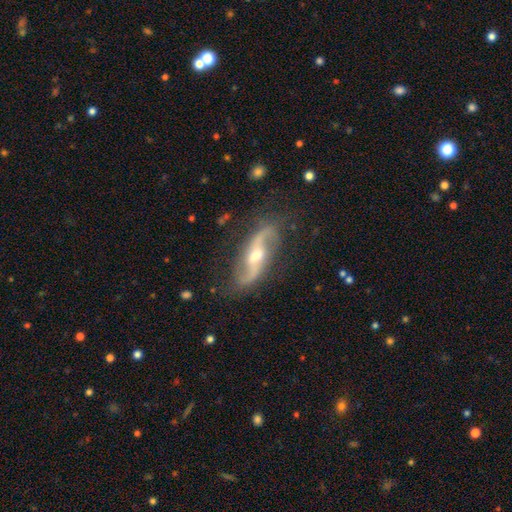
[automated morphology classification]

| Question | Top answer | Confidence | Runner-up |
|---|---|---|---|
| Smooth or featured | featured or disk | 88% | smooth (6%) |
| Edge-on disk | no | 91% | yes (9%) |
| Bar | weak | 39% | no (32%) |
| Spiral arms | yes | 96% | no (4%) |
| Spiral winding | loose | 58% | medium (33%) |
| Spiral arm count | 2 | 93% | can't tell (3%) |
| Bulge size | moderate | 65% | small (24%) |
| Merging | none | 80% | minor disturbance (14%) |